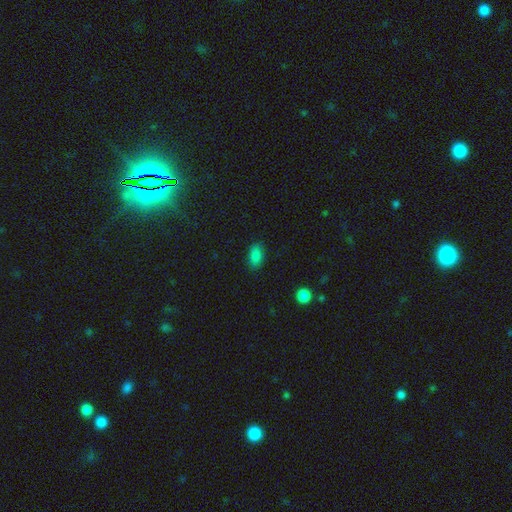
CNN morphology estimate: This appears to be a smooth galaxy with no disk features (85%) that is in between round and cigar-shaped (91%). Merging: none (86%).